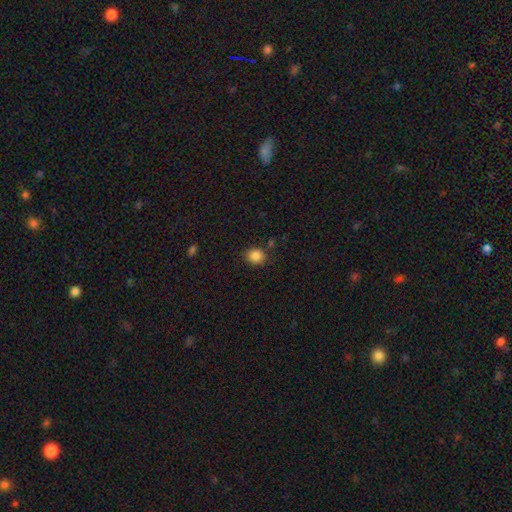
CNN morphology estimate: Smooth or featured: smooth — 86% (star or artifact — 10%)
How rounded: round — 70% (in between — 29%)
Merging: none — 83% (minor disturbance — 11%)